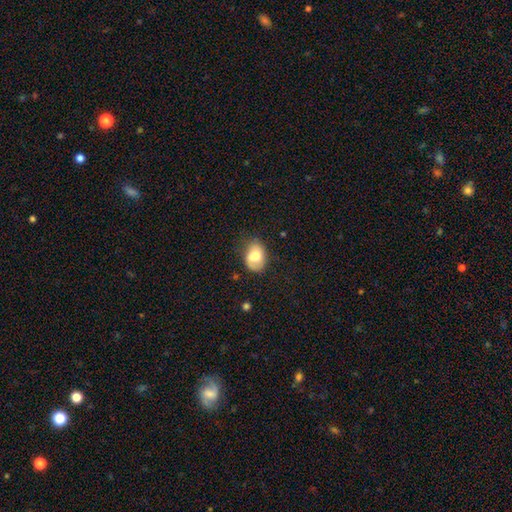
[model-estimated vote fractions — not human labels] smooth-or-featured: smooth: 71% | featured or disk: 21% | star or artifact: 7%
  how-rounded: in between: 77% | round: 22% | cigar-shaped: 1%
  merging: none: 62% | minor disturbance: 28% | major disturbance: 8% | merger: 2%